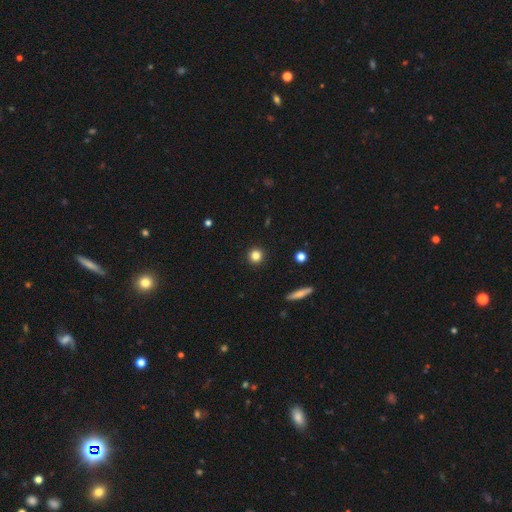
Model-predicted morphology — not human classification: Smooth or featured? Predicted: smooth (p=0.83). How rounded? Predicted: round (p=0.94). Merging? Predicted: none (p=0.93).